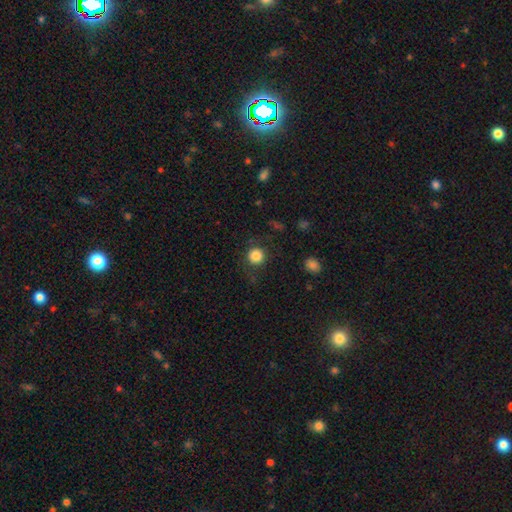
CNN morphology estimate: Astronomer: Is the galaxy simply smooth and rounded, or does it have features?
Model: smooth — 84%.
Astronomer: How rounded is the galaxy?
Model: round — 94%.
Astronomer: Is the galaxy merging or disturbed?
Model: none — 86%.